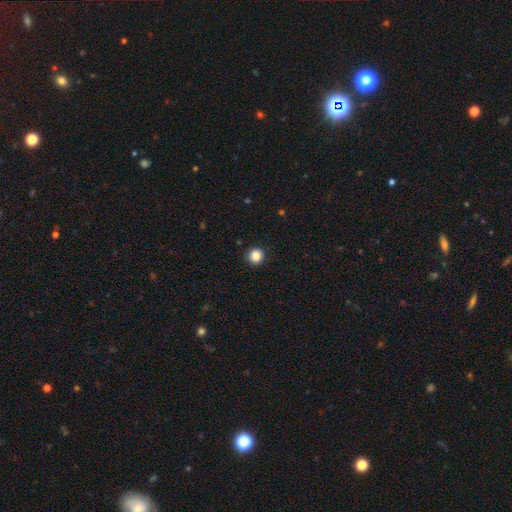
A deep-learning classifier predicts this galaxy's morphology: smooth 85%, star or artifact 11%, featured or disk 4%. Down the decision tree: how rounded — round (92%); merging — none (91%).